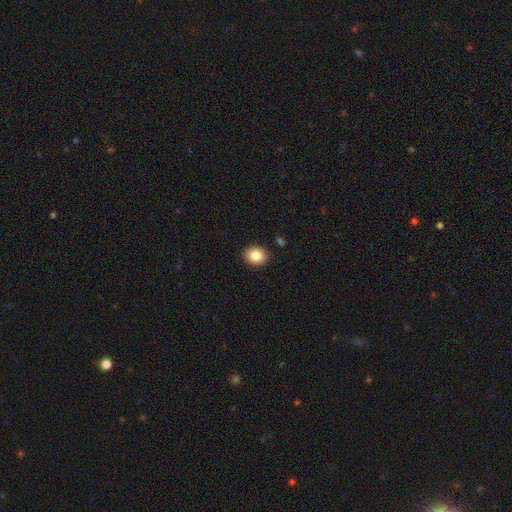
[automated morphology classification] Smooth or featured?
  - smooth: 84% *
  - star or artifact: 9%
  - featured or disk: 7%
How rounded?
  - round: 61% *
  - in between: 38%
  - cigar-shaped: 1%
Merging?
  - none: 90% *
  - minor disturbance: 7%
  - major disturbance: 2%
  - merger: 1%